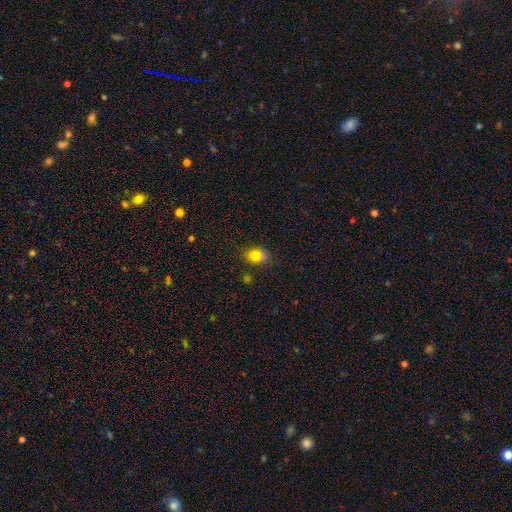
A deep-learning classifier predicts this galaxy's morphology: Smooth or featured: smooth — 72% (star or artifact — 15%)
How rounded: round — 51% (in between — 47%)
Merging: none — 55% (merger — 29%)